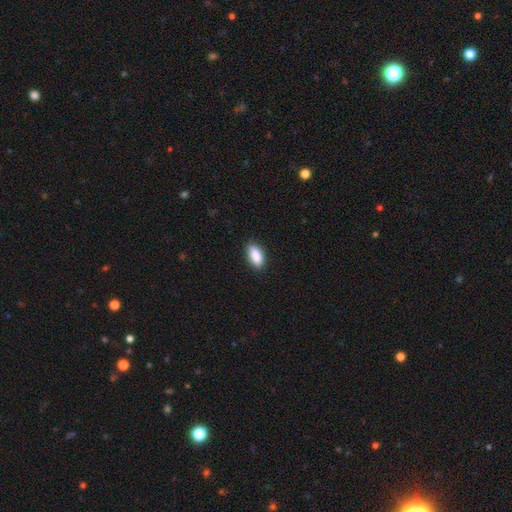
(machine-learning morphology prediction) Smooth or featured?
  - smooth: 89% *
  - star or artifact: 7%
  - featured or disk: 5%
How rounded?
  - in between: 88% *
  - cigar-shaped: 9%
  - round: 3%
Merging?
  - none: 87% *
  - minor disturbance: 10%
  - major disturbance: 2%
  - merger: 1%